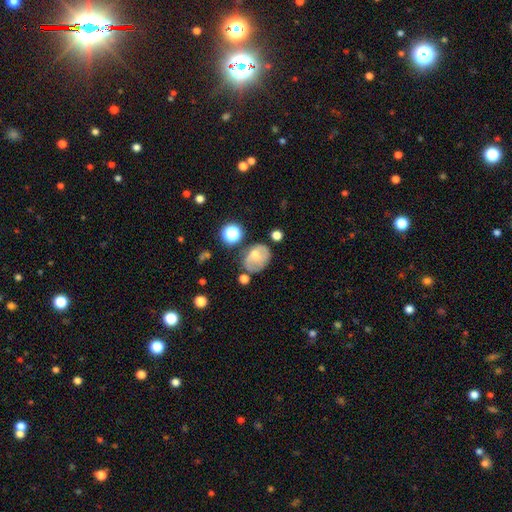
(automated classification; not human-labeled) This is possibly a smooth galaxy (54%). How rounded: possibly in between (58%). Merging: possibly none (50%).